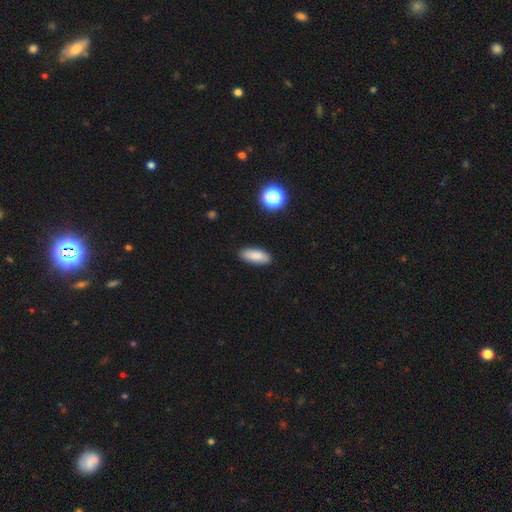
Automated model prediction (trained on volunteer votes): This is clearly a smooth galaxy (85%). How rounded: likely in between (70%). Merging: clearly none (90%).